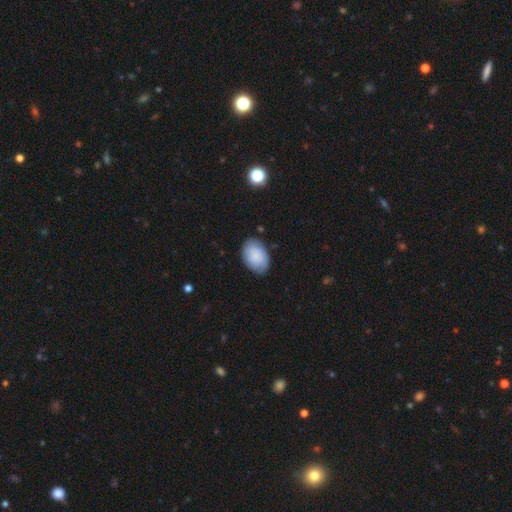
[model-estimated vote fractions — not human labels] A smooth galaxy with no disk features (75%) that is in between round and cigar-shaped (86%). Merging: none (79%).